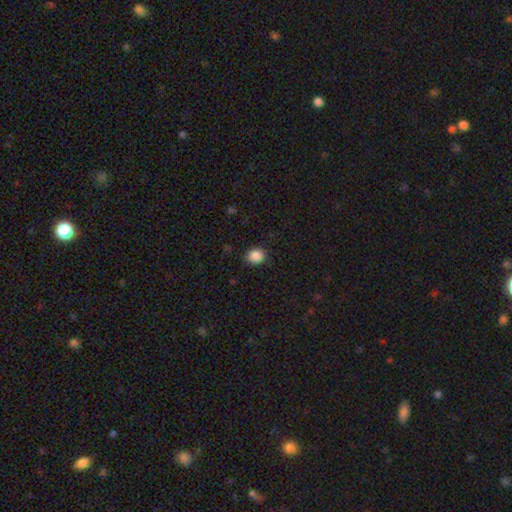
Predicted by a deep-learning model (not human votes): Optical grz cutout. It shows a smooth galaxy with no disk features (88%) that is round (78%). Merging: none (86%).